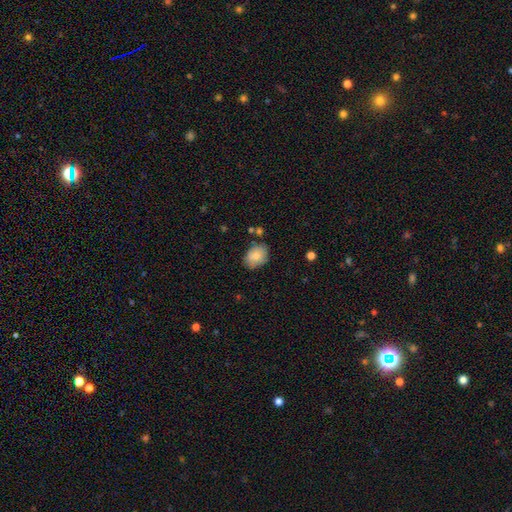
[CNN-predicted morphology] type=smooth (81%); roundness=in between (70%); merging=none (74%).